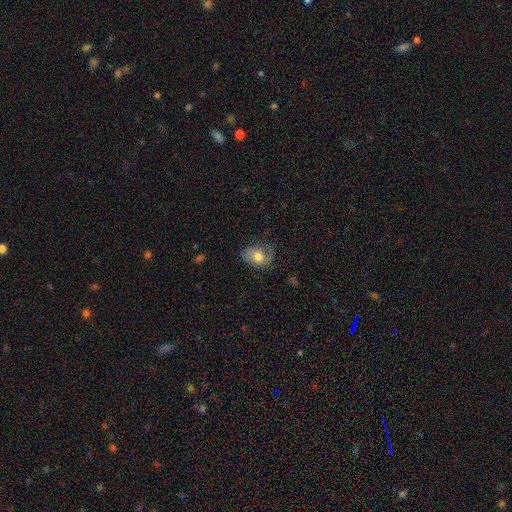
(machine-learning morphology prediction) This is possibly a featured or disk galaxy (50%). It is clearly not viewed edge-on (96%). Merging: likely none (68%).